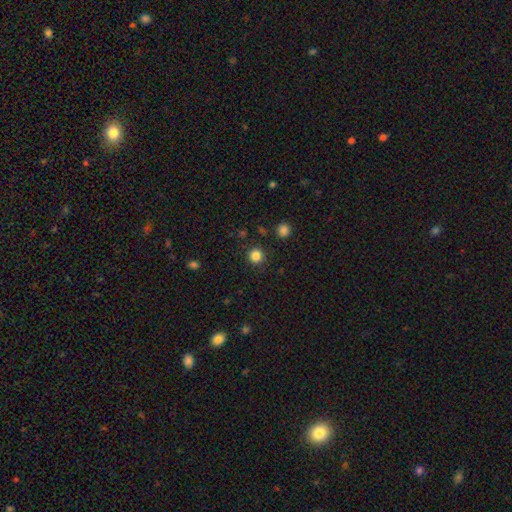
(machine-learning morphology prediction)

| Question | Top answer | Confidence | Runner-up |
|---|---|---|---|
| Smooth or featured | smooth | 84% | star or artifact (12%) |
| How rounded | round | 93% | in between (6%) |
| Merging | none | 90% | minor disturbance (6%) |